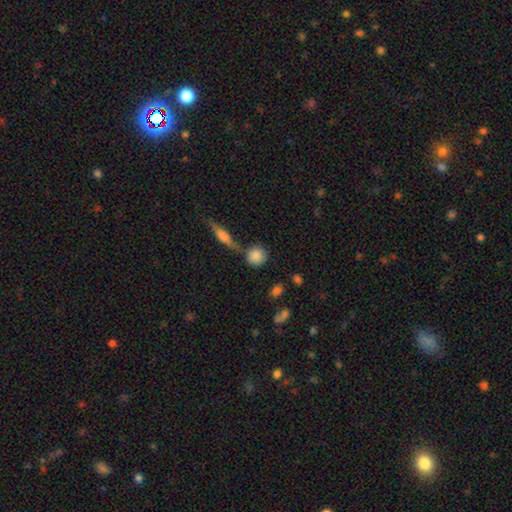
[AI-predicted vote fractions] Morphology: type=smooth (83%); roundness=round (86%); merging=none (68%).